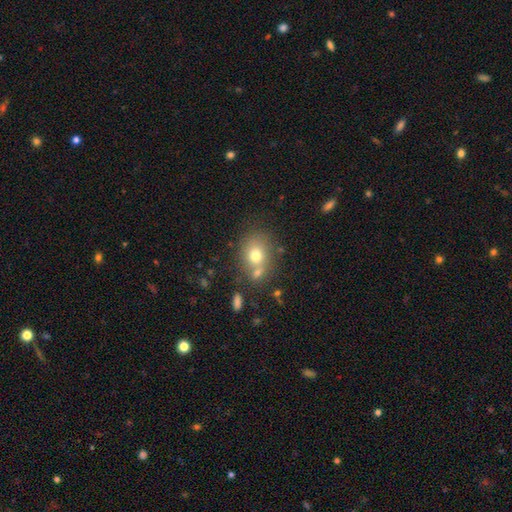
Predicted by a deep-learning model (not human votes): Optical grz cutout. It shows a smooth galaxy with no disk features (72%) that is round (53%). Merging: none (55%).